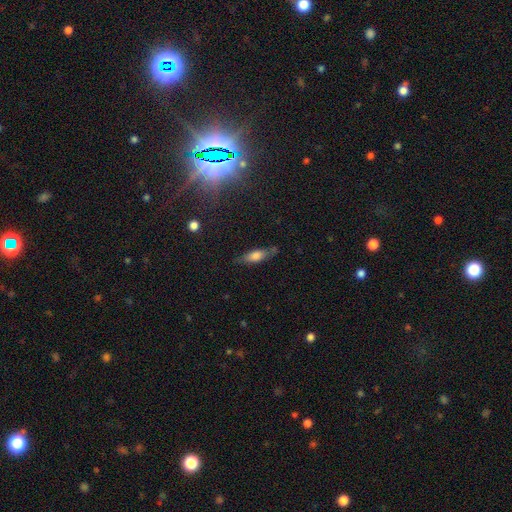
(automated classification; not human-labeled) The model was most divided on "how rounded": in between: 52%, cigar-shaped: 45%, round: 3%. More confident: merging — none (70%); smooth or featured — smooth (65%).